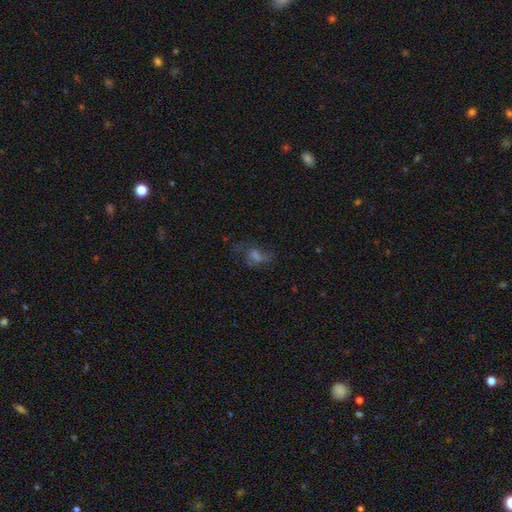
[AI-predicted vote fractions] Morphology: type=featured or disk (41%); merging=none (53%).